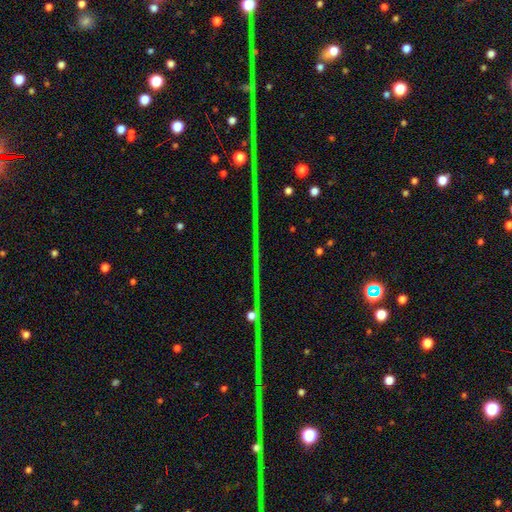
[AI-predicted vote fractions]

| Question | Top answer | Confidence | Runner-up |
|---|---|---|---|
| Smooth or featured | star or artifact | 84% | featured or disk (8%) |